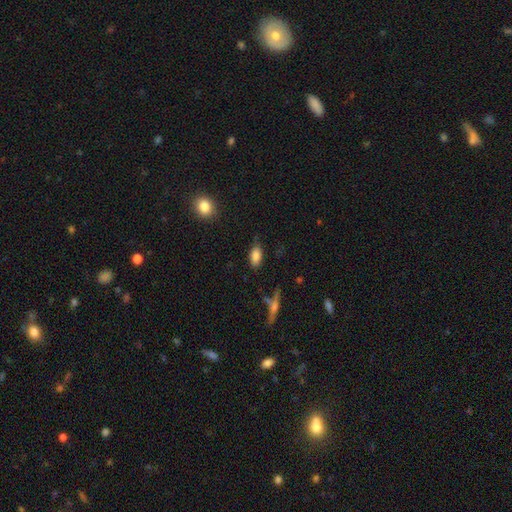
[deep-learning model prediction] Smooth or featured: smooth — 83% (star or artifact — 9%)
How rounded: in between — 89% (cigar-shaped — 7%)
Merging: none — 75% (minor disturbance — 19%)